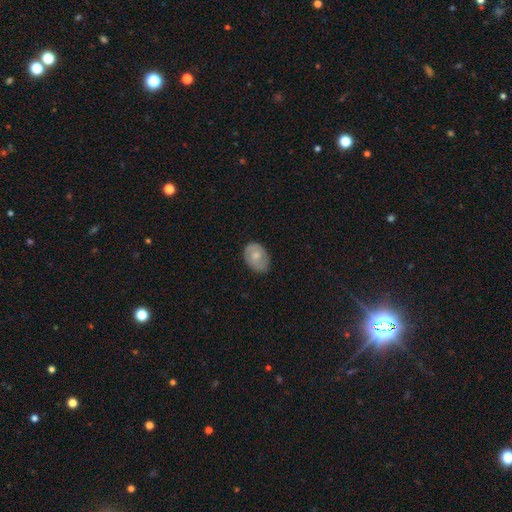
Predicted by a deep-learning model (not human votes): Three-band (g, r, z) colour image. It shows a smooth galaxy with no disk features (70%) that is in between round and cigar-shaped (73%). Merging: none (69%).